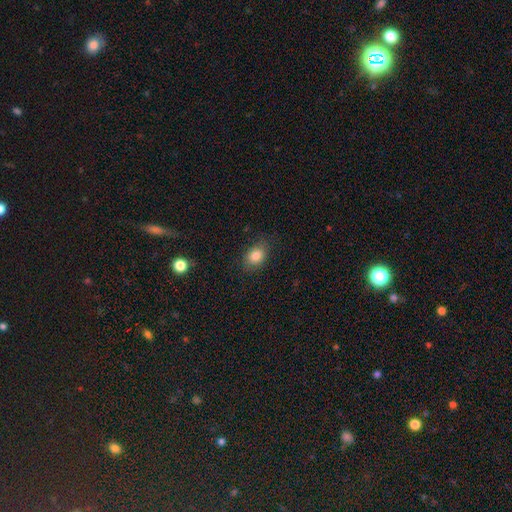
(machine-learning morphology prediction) Smooth or featured? smooth (83%)
How rounded? in between (68%)
Merging? none (80%)